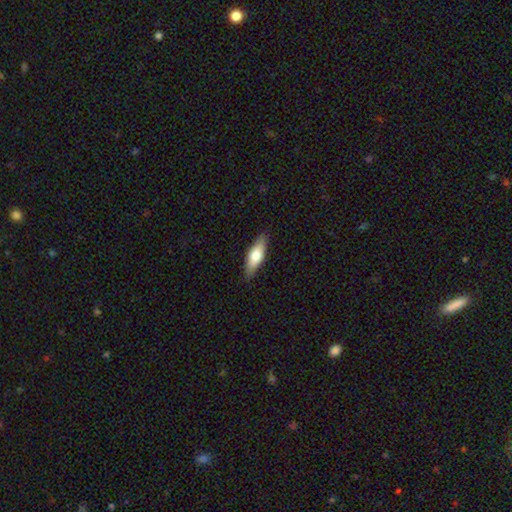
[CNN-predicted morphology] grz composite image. It shows a smooth galaxy with no disk features (64%) that is in between round and cigar-shaped (55%). Merging: none (87%).